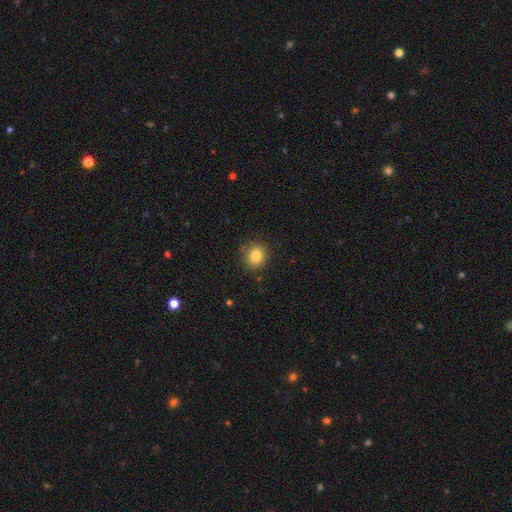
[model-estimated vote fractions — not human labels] Smooth or featured: smooth — 83% (star or artifact — 11%)
How rounded: round — 78% (in between — 21%)
Merging: none — 85% (minor disturbance — 11%)